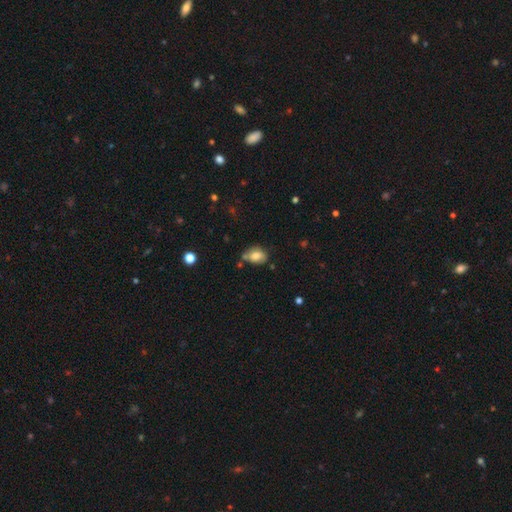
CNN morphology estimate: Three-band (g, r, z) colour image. It shows a smooth galaxy with no disk features (76%) that is in between round and cigar-shaped (77%). Merging: none (60%).